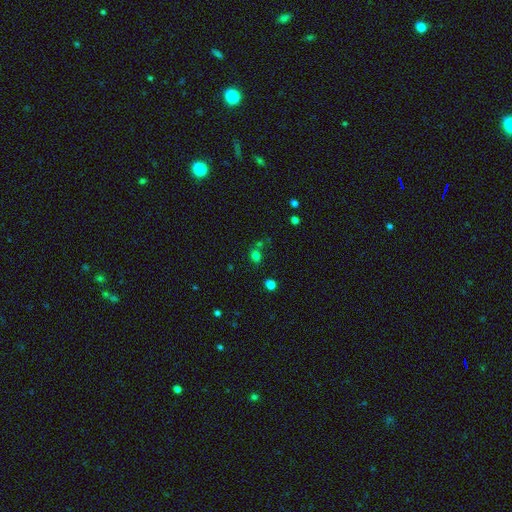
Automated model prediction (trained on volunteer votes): Overall: smooth (71%). How rounded: round (54%; in between 45%). Merging: none (64%).